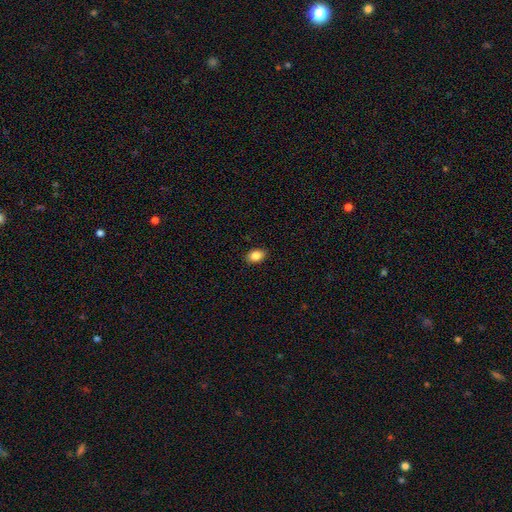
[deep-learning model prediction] Smooth or featured?
  - smooth: 86% *
  - star or artifact: 9%
  - featured or disk: 6%
How rounded?
  - in between: 81% *
  - round: 17%
  - cigar-shaped: 1%
Merging?
  - none: 89% *
  - minor disturbance: 8%
  - major disturbance: 2%
  - merger: 1%